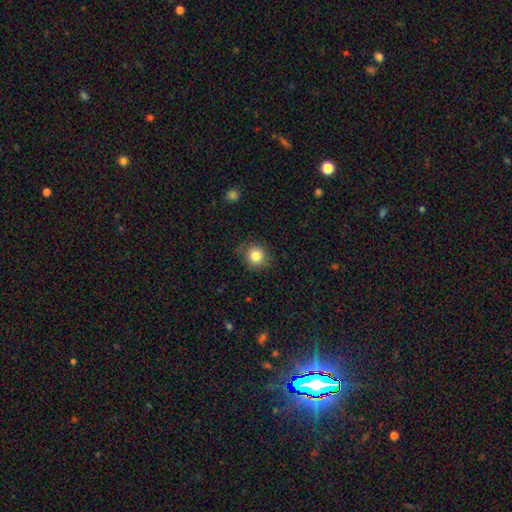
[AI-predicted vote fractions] smooth-or-featured: smooth: 83% | star or artifact: 10% | featured or disk: 7%
  how-rounded: round: 89% | in between: 11% | cigar-shaped: 1%
  merging: none: 81% | minor disturbance: 14% | major disturbance: 4% | merger: 1%